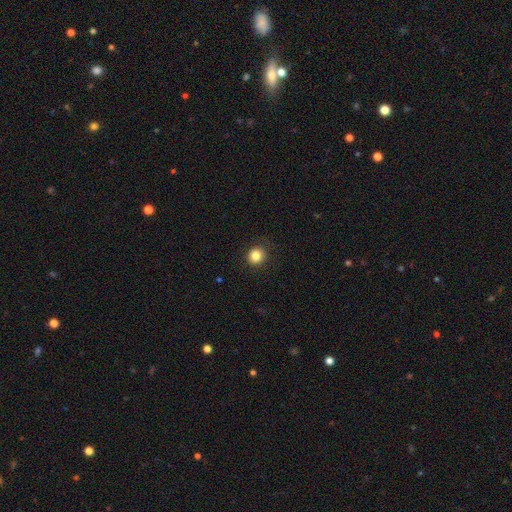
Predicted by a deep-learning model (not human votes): Smooth or featured? smooth (84%)
How rounded? round (89%)
Merging? none (90%)